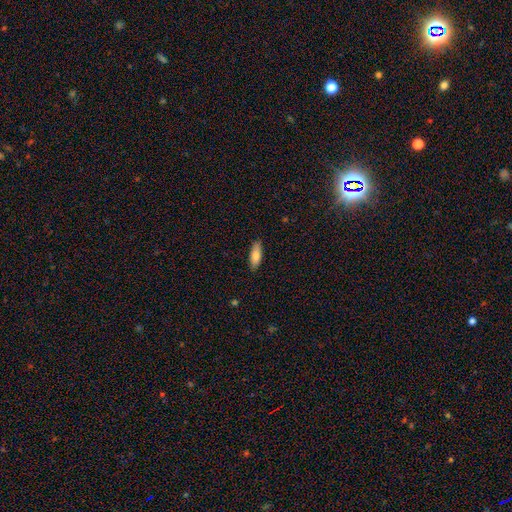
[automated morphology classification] Overall: smooth (81%). How rounded: in between (69%; cigar-shaped 29%). Merging: none (86%).